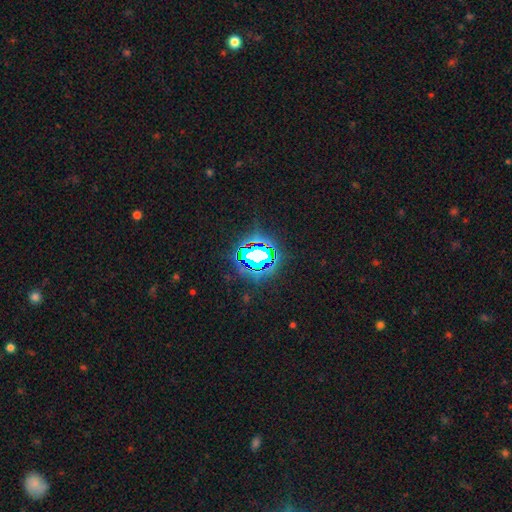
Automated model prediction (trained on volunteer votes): This appears to be a star or artifact, not a galaxy (73%).